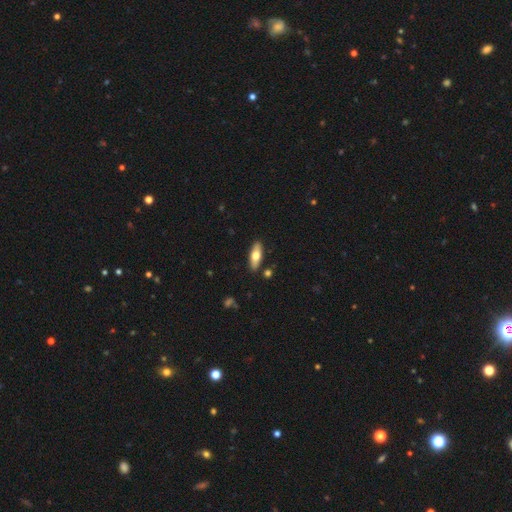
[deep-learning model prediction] smooth 61%, featured or disk 34%, star or artifact 6%. Down the decision tree: how rounded — in between (63%); merging — none (88%).